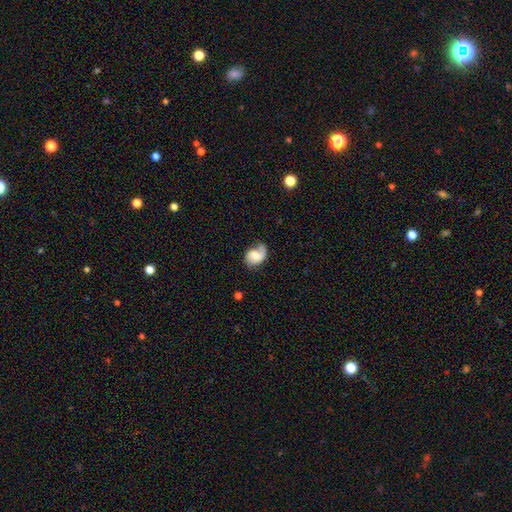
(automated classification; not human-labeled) smooth-or-featured: featured or disk: 55% | smooth: 37% | star or artifact: 8%
  disk-edge-on: no: 97% | yes: 3%
    bar: weak: 43% | no: 42% | strong: 15%
    has-spiral-arms: yes: 88% | no: 12%
    bulge-size: moderate: 29% | small: 28% | none: 26% | large: 14% | dominant: 3%
  merging: none: 49% | minor disturbance: 30% | major disturbance: 19% | merger: 3%